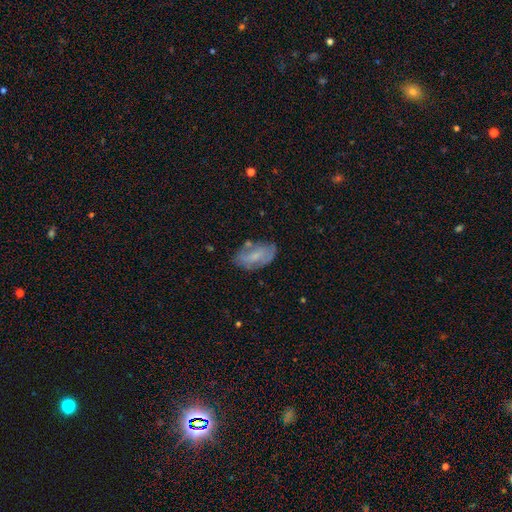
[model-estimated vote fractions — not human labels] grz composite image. It shows a smooth galaxy with no disk features (47%). Merging: none (61%).